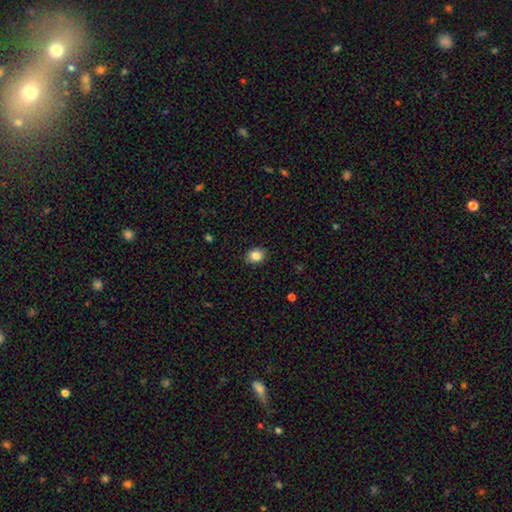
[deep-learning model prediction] A smooth galaxy with no disk features (85%) that is round (52%). Merging: none (89%).